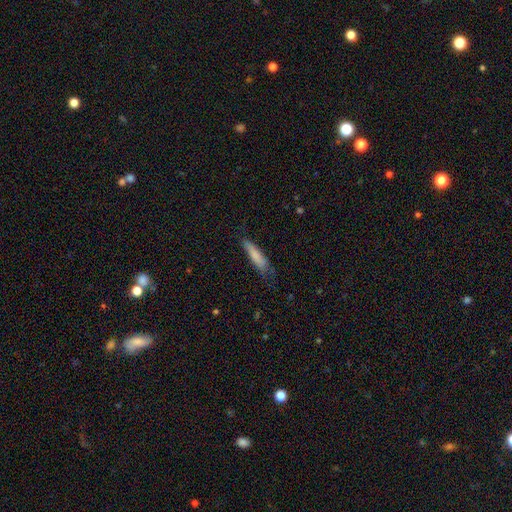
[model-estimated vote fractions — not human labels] Smooth or featured? smooth (79%)
How rounded? cigar-shaped (80%)
Merging? none (62%)